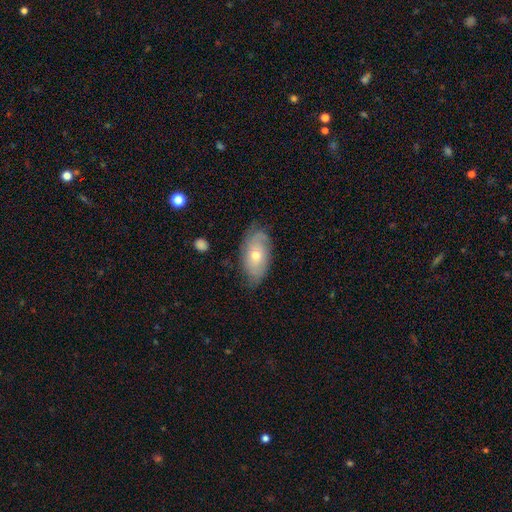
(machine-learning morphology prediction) type=featured or disk (52%); edge-on=no (88%); merging=none (72%).